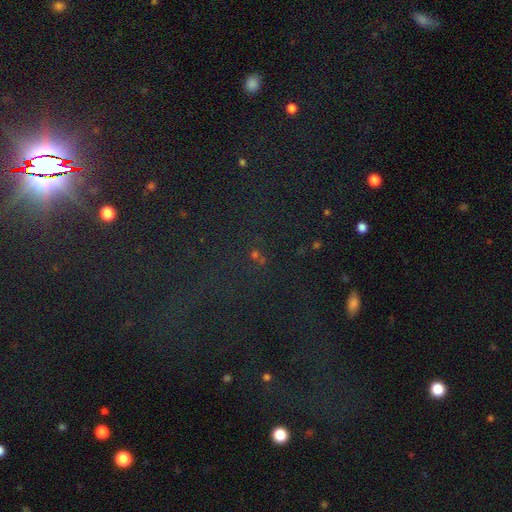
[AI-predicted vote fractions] Smooth or featured? Predicted: star or artifact (p=0.65).